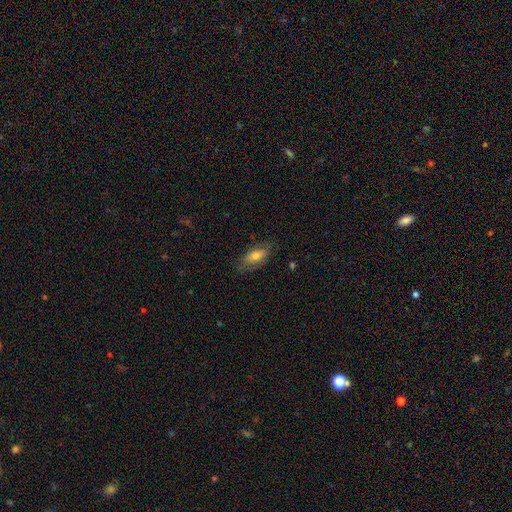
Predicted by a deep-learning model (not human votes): Overall: smooth (68%). How rounded: in between (84%). Merging: none (72%).